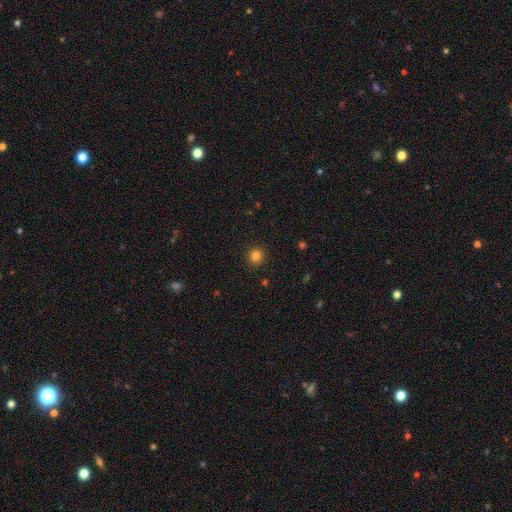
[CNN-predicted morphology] Q: Smooth or featured?
A: smooth (82%); runner-up: star or artifact (13%)
Q: How rounded?
A: round (90%); runner-up: in between (9%)
Q: Merging?
A: none (91%); runner-up: minor disturbance (6%)